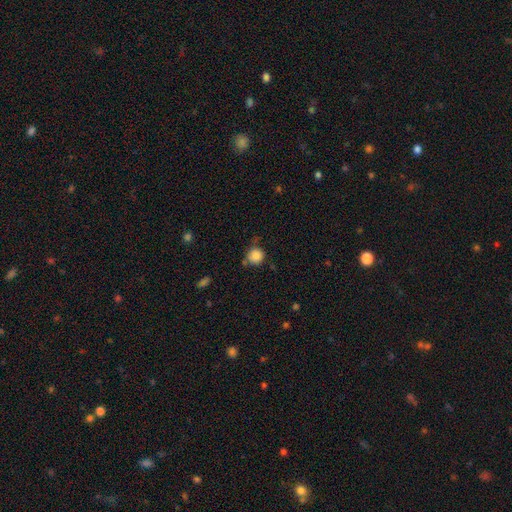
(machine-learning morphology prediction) Smooth or featured? smooth (85%)
How rounded? round (91%)
Merging? none (69%)